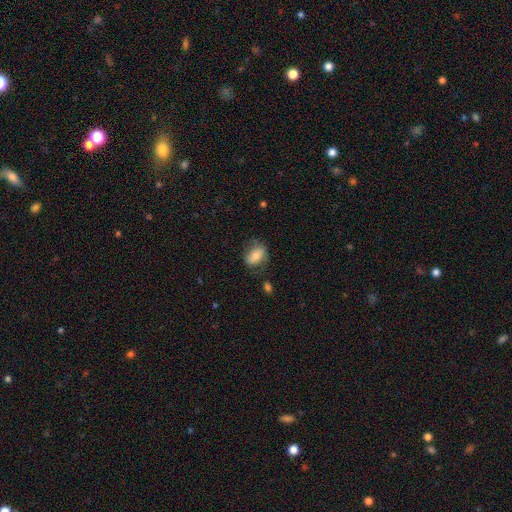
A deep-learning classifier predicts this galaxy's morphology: Overall: smooth (75%). How rounded: in between (81%). Merging: none (67%).